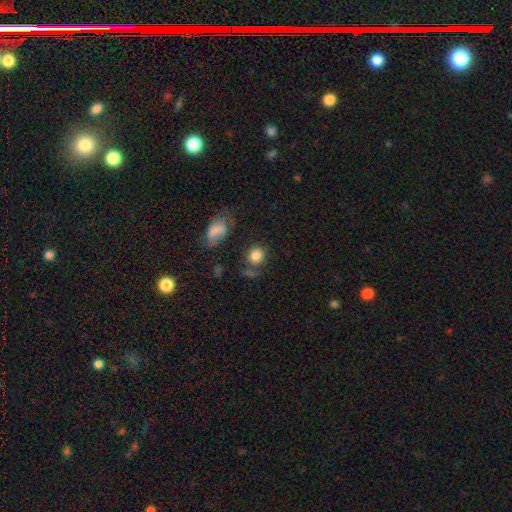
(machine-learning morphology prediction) Q: Smooth or featured?
A: smooth (83%); runner-up: star or artifact (10%)
Q: How rounded?
A: round (73%); runner-up: in between (26%)
Q: Merging?
A: none (67%); runner-up: minor disturbance (15%)